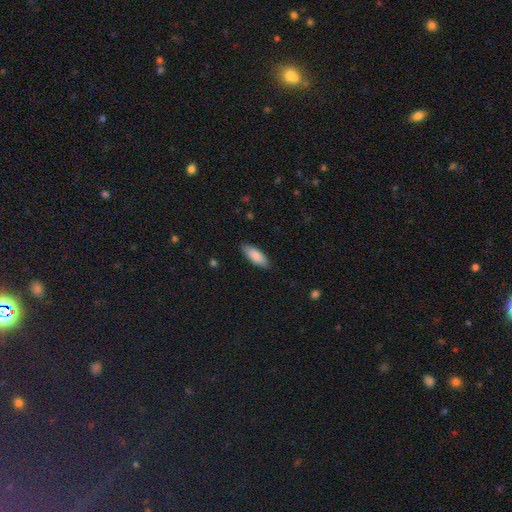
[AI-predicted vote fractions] Smooth or featured? smooth (86%)
How rounded? in between (75%)
Merging? none (86%)